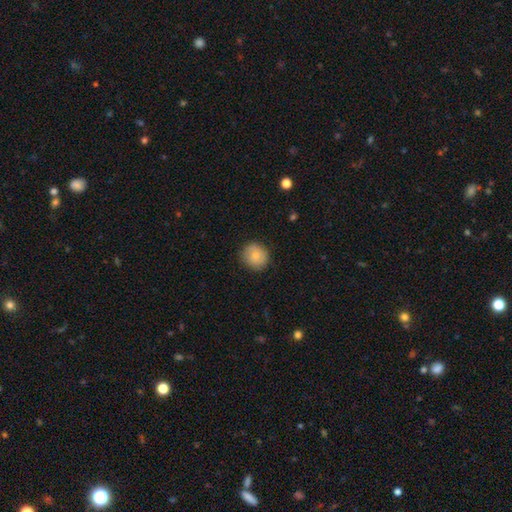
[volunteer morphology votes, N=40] This appears to be a smooth galaxy with no disk features (92%) that is round (95%). Merging: none (92%).